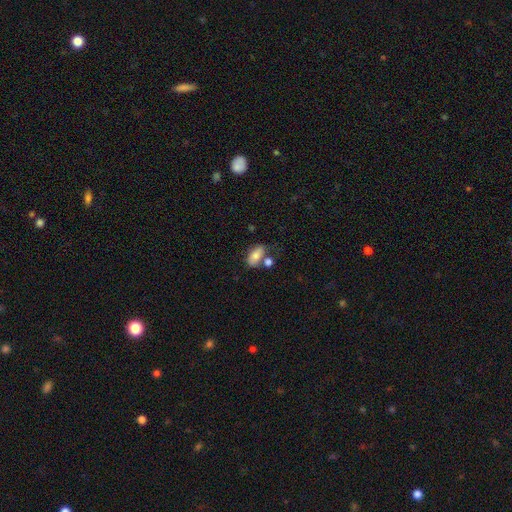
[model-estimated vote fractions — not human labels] smooth 78%, featured or disk 15%, star or artifact 8%. Down the decision tree: how rounded — in between (88%); merging — none (49%).